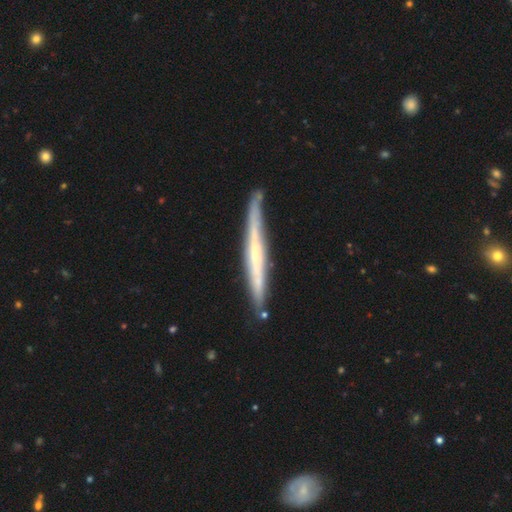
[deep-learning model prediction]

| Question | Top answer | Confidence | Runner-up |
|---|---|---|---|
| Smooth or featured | featured or disk | 67% | smooth (28%) |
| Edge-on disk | yes | 94% | no (6%) |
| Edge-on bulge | none | 64% | rounded (29%) |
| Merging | none | 82% | minor disturbance (14%) |